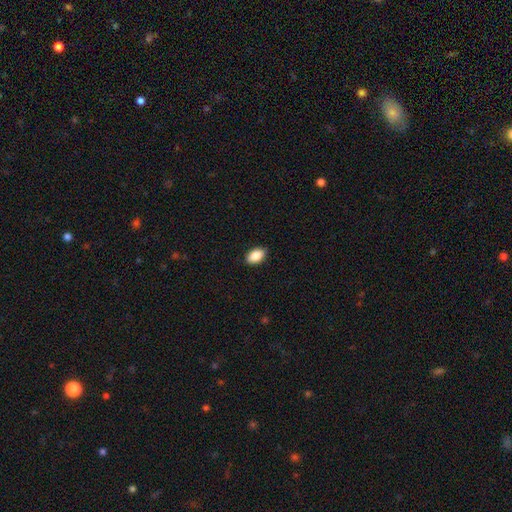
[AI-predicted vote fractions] Morphology: type=smooth (88%); roundness=in between (91%); merging=none (88%).